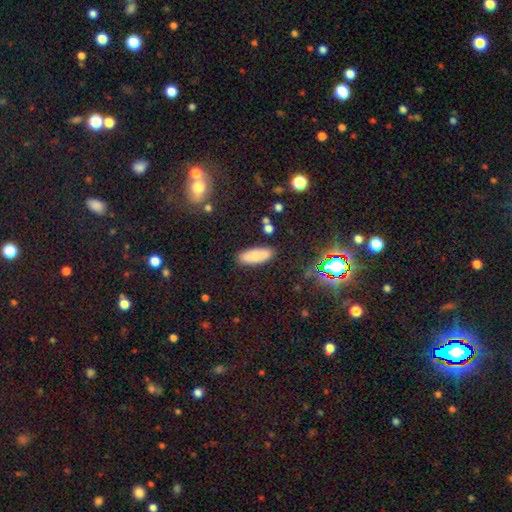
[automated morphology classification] Smooth or featured? smooth (76%)
How rounded? in between (75%)
Merging? none (84%)